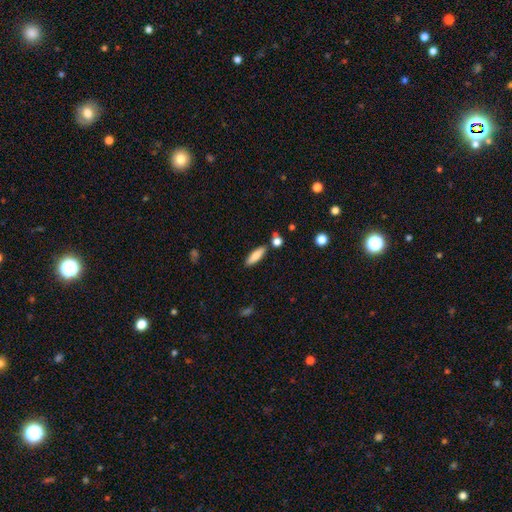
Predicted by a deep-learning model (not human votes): Smooth or featured? smooth (81%)
How rounded? cigar-shaped (57%)
Merging? none (82%)